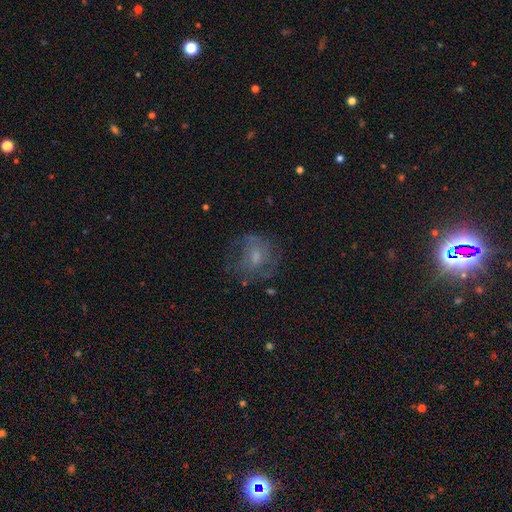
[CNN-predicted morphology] This appears to be a featured or disk galaxy (45%). Merging: none (55%).